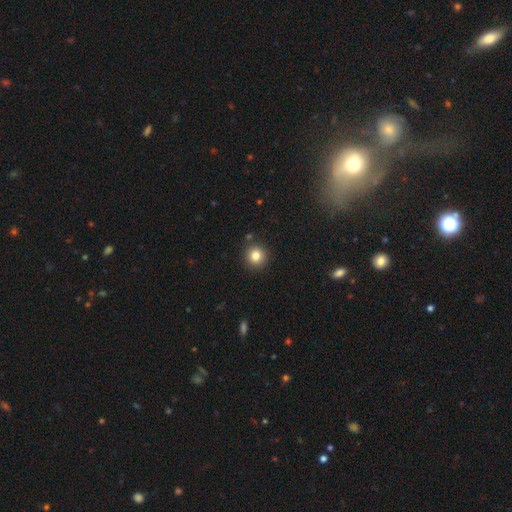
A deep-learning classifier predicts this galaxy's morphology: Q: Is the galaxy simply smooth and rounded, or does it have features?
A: smooth — 82%.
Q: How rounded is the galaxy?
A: round — 93%.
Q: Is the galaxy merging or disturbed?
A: none — 88%.